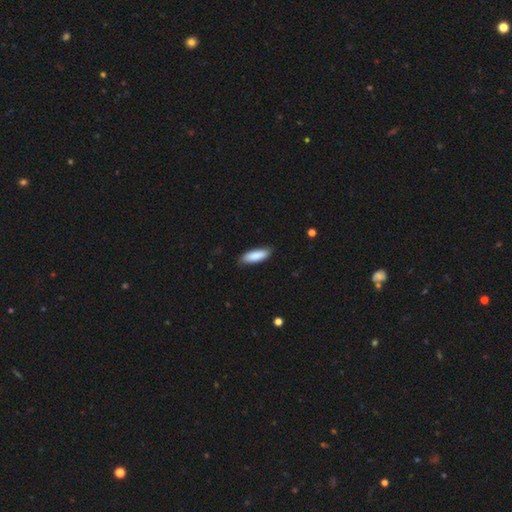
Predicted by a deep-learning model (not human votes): This is clearly a smooth galaxy (88%). How rounded: possibly in between (59%). Merging: clearly none (84%).